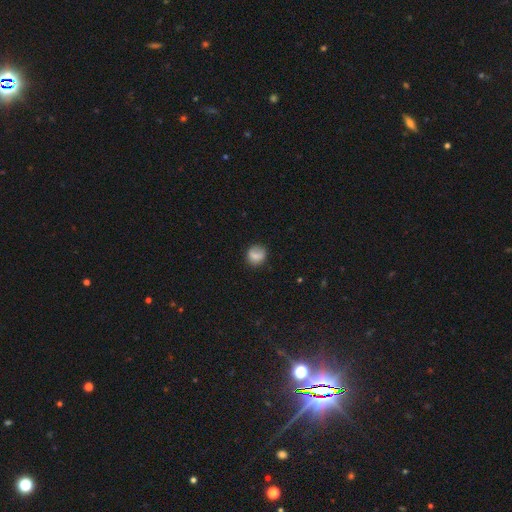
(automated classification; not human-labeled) A smooth galaxy with no disk features (74%) that is round (82%).

Vote fractions:
- Smooth or featured? smooth: 74% / featured or disk: 17% / star or artifact: 9%
- How rounded? round: 82% / in between: 17% / cigar-shaped: 1%
- Merging? none: 74% / minor disturbance: 18% / major disturbance: 6% / merger: 2%